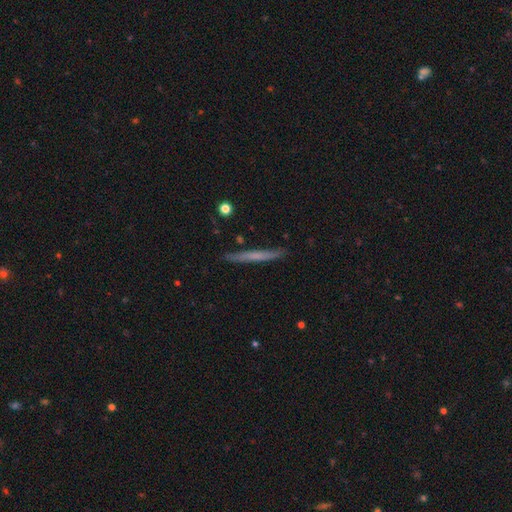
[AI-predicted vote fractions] smooth_or_featured: smooth (p=0.50) [alt: featured or disk p=0.44]
merging: none (p=0.88) [alt: minor disturbance p=0.09]